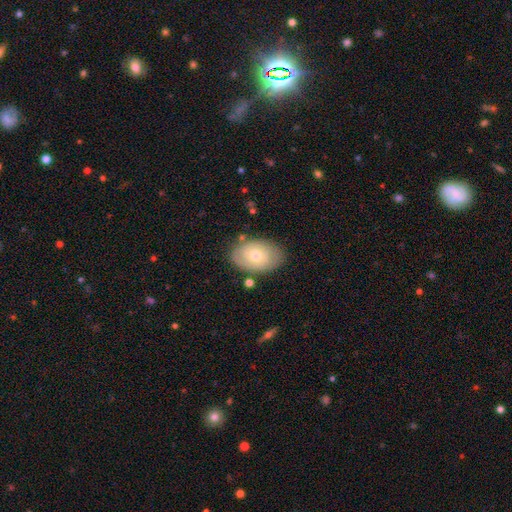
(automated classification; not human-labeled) A smooth galaxy with no disk features (48%). Merging: none (79%).